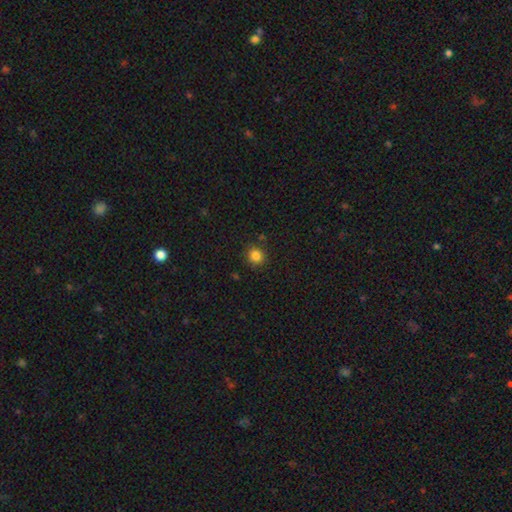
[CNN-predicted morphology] Smooth or featured? smooth (84%)
How rounded? round (89%)
Merging? none (87%)